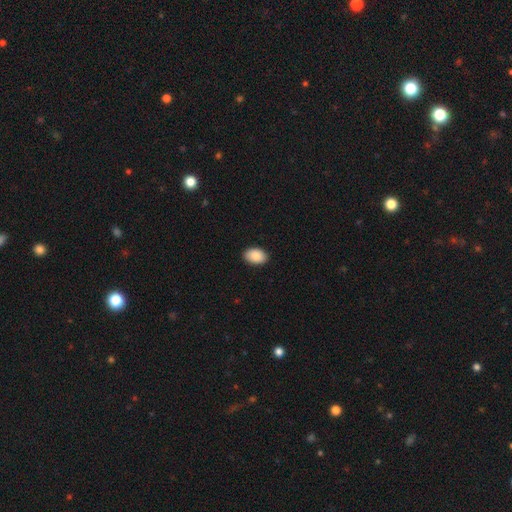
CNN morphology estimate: smooth-or-featured: smooth: 90% | star or artifact: 7% | featured or disk: 4%
  how-rounded: in between: 88% | round: 11% | cigar-shaped: 1%
  merging: none: 90% | minor disturbance: 8% | major disturbance: 2% | merger: 1%